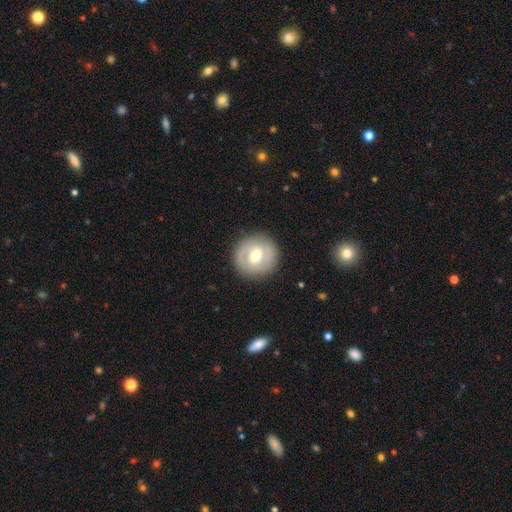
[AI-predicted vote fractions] A featured or disk galaxy (54%) with a weak bar (49%), no spiral arms (58%) and a moderate central bulge (73%). Merging: none (87%).